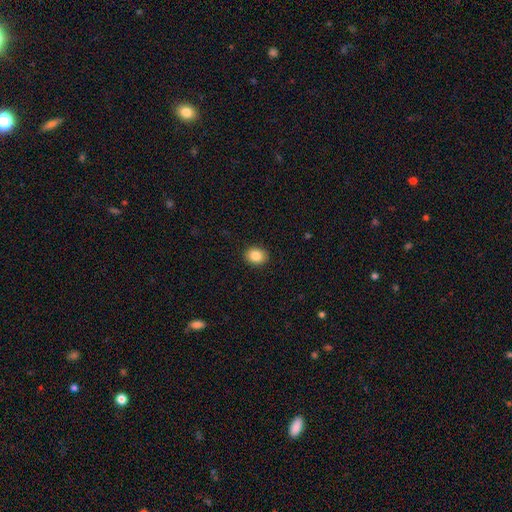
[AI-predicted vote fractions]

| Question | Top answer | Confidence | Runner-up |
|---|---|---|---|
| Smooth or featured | smooth | 86% | star or artifact (9%) |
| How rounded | in between | 50% | round (49%) |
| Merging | none | 91% | minor disturbance (6%) |